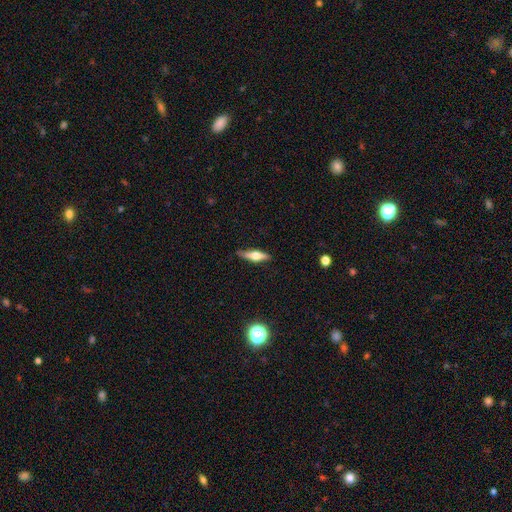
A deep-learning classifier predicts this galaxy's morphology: This appears to be a featured or disk galaxy (57%) viewed edge-on (94%) with a rounded central bulge (91%). Merging: none (83%).